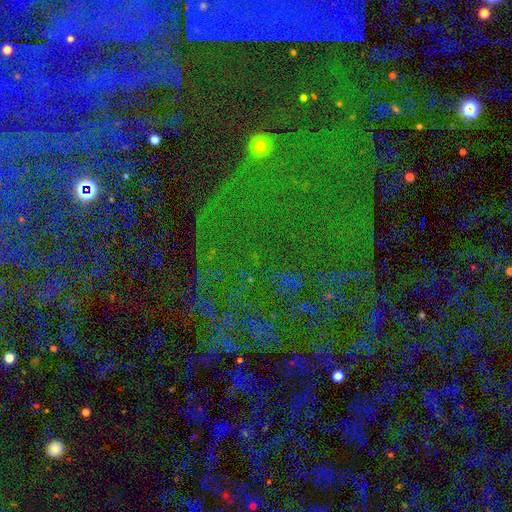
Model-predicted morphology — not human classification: Smooth or featured: star or artifact — 79% (smooth — 12%)